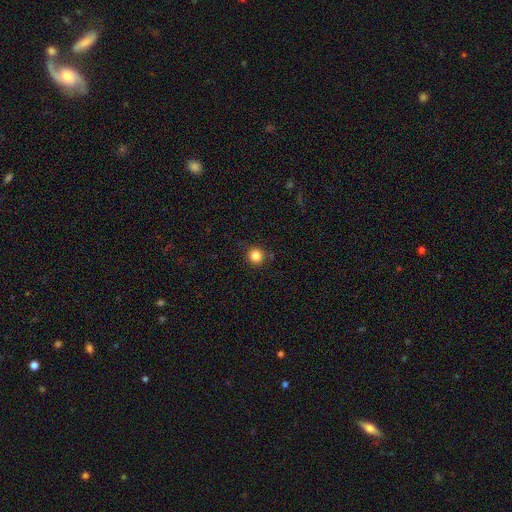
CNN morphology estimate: A smooth galaxy with no disk features (84%) that is round (93%). Merging: none (87%).